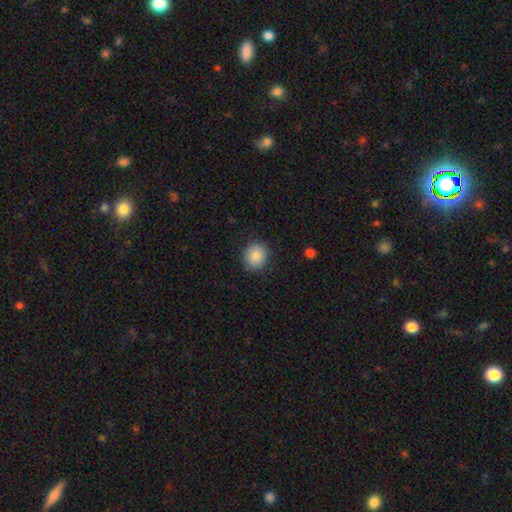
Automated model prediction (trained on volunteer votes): smooth_or_featured: smooth (p=0.86) [alt: star or artifact p=0.08]
how_rounded: round (p=0.79) [alt: in between p=0.20]
merging: none (p=0.88) [alt: minor disturbance p=0.09]